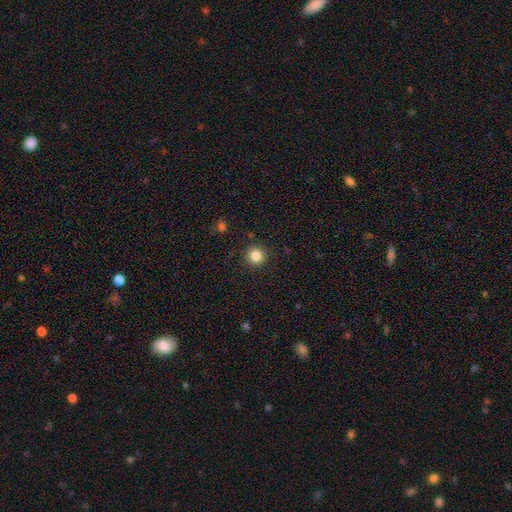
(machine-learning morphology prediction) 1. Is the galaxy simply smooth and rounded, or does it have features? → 84% smooth, 11% star or artifact, 5% featured or disk.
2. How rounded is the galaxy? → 95% round, 4% in between, 1% cigar-shaped.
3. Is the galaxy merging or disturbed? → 91% none, 6% minor disturbance, 2% major disturbance, 1% merger.